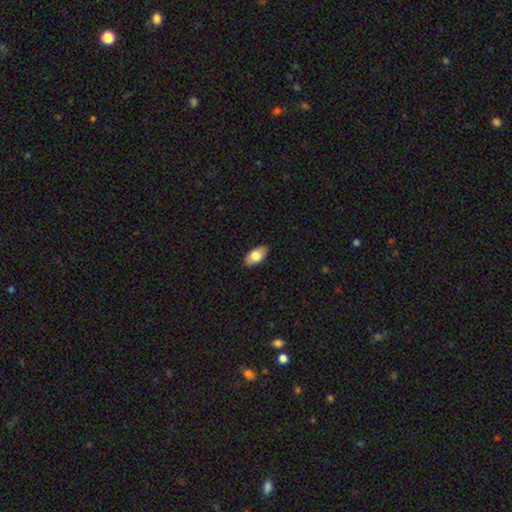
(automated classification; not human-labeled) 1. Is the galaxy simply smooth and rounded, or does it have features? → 79% smooth, 14% featured or disk, 6% star or artifact.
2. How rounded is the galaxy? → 93% in between, 3% cigar-shaped, 3% round.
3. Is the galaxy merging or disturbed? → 88% none, 9% minor disturbance, 2% major disturbance, 1% merger.